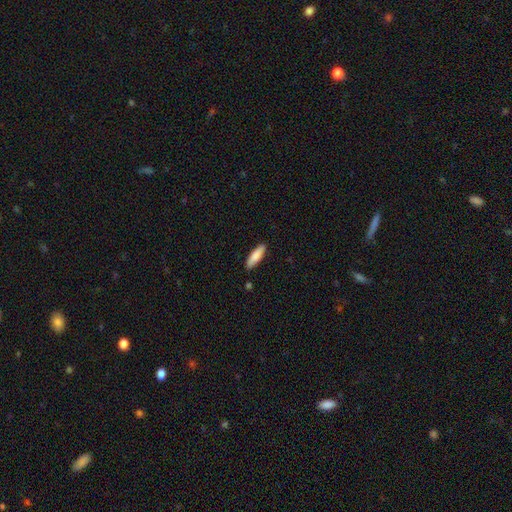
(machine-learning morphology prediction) smooth 84%, featured or disk 11%, star or artifact 6%. Down the decision tree: how rounded — cigar-shaped (59%); merging — none (86%).